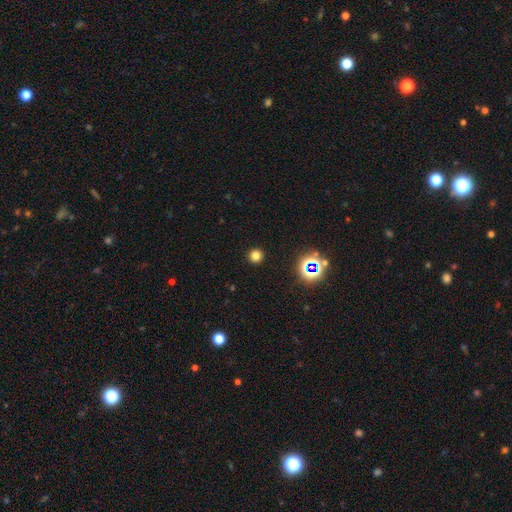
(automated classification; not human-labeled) This is likely a smooth galaxy (75%). How rounded: clearly round (96%). Merging: clearly none (93%).